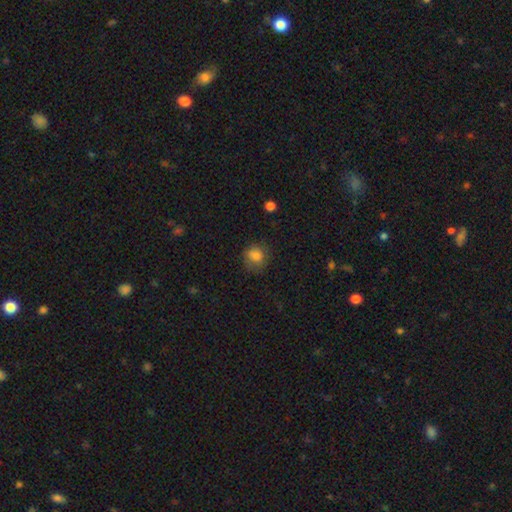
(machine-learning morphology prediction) Smooth or featured? Predicted: smooth (p=0.81). How rounded? Predicted: round (p=0.71). Merging? Predicted: none (p=0.67).